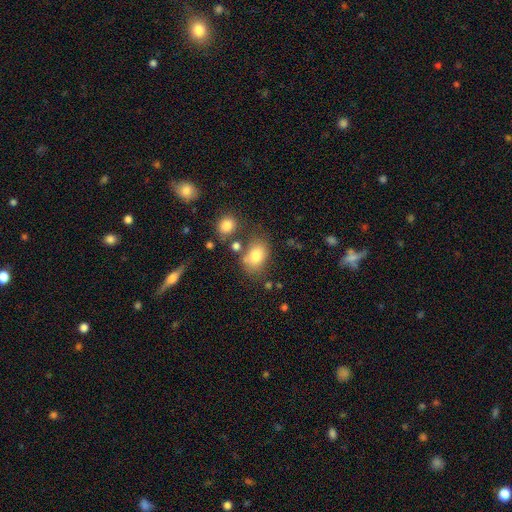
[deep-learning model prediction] smooth_or_featured: smooth (p=0.79) [alt: featured or disk p=0.11]
how_rounded: in between (p=0.73) [alt: round p=0.26]
merging: none (p=0.61) [alt: minor disturbance p=0.19]